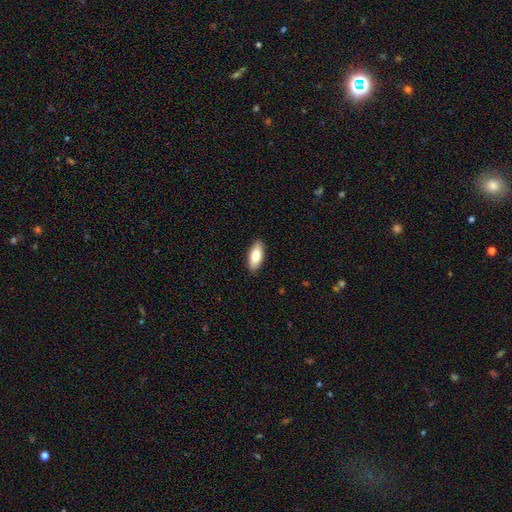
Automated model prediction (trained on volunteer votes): The model was most divided on "smooth or featured": smooth: 81%, featured or disk: 13%, star or artifact: 6%. More confident: merging — none (90%); how rounded — in between (84%).